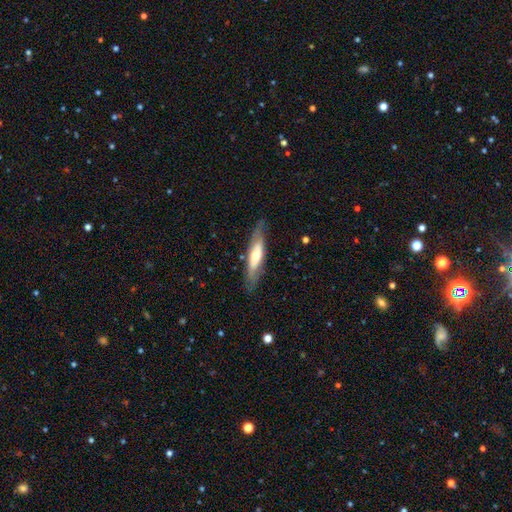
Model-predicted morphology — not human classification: type=featured or disk (51%); edge-on=yes (57%); merging=none (78%).